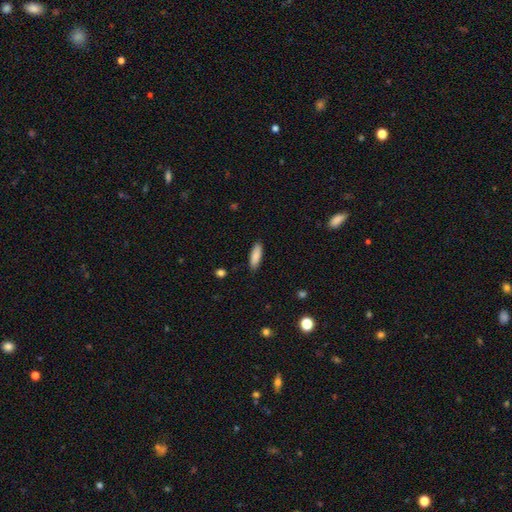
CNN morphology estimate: The model was most divided on "how rounded": in between: 50%, cigar-shaped: 48%, round: 2%. More confident: smooth or featured — smooth (88%); merging — none (88%).